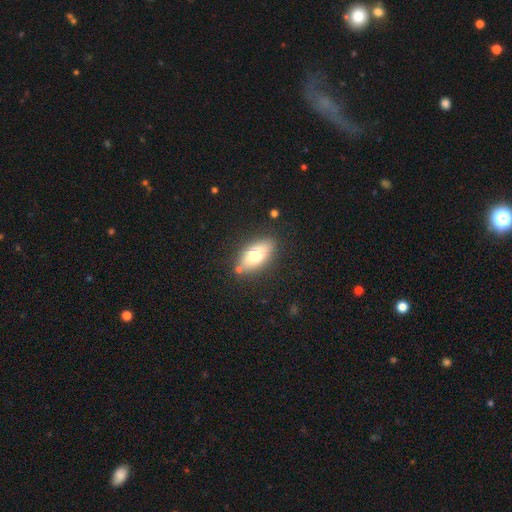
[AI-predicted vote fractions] The model was most divided on "smooth or featured": smooth: 71%, featured or disk: 21%, star or artifact: 8%. More confident: how rounded — in between (87%); merging — none (80%).